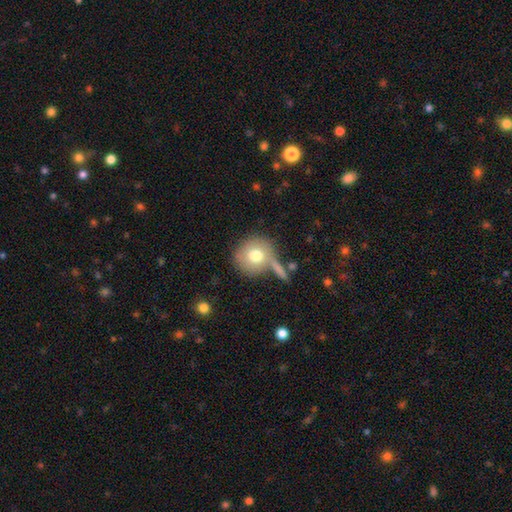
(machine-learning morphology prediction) type=smooth (73%); roundness=round (90%); merging=none (63%).